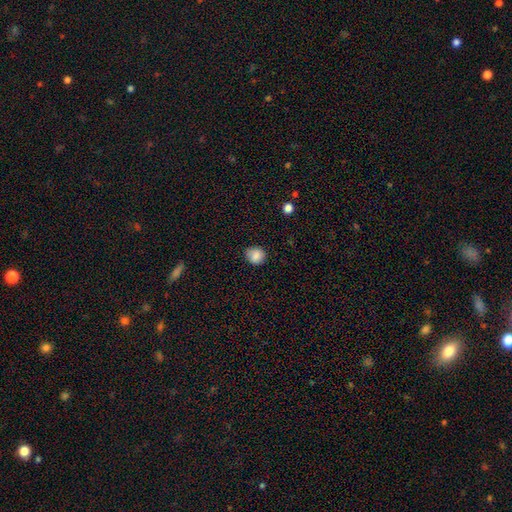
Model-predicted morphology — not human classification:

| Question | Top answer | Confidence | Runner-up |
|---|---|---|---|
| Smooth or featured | smooth | 85% | star or artifact (9%) |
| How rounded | round | 76% | in between (23%) |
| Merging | none | 77% | minor disturbance (18%) |